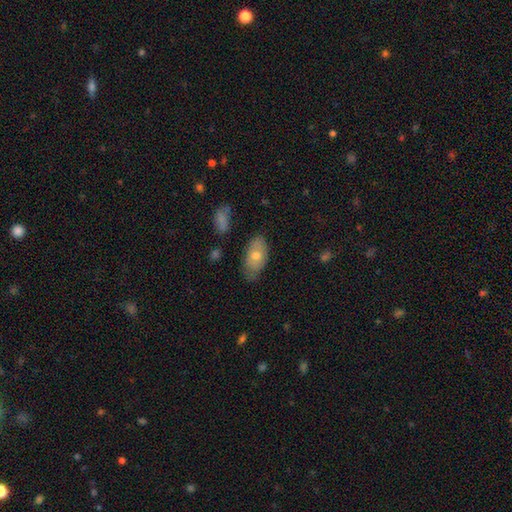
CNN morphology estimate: type=smooth (63%); roundness=in between (92%); merging=none (72%).